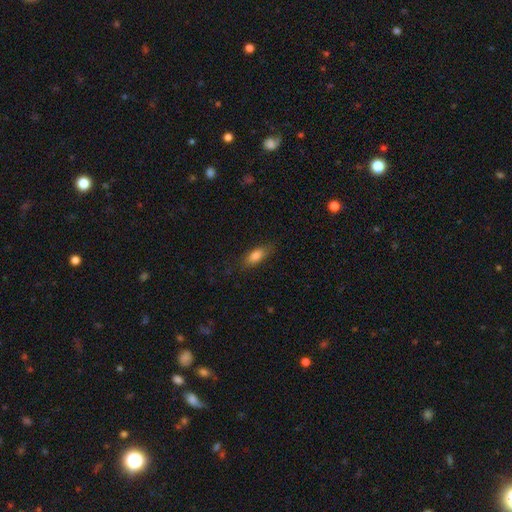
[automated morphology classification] Smooth or featured? smooth (81%)
How rounded? in between (78%)
Merging? none (78%)